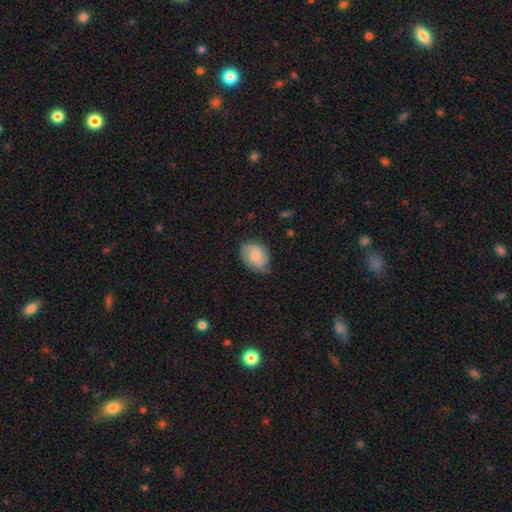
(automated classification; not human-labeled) Smooth or featured: smooth — 63% (featured or disk — 30%)
How rounded: in between — 68% (round — 31%)
Merging: none — 59% (minor disturbance — 32%)